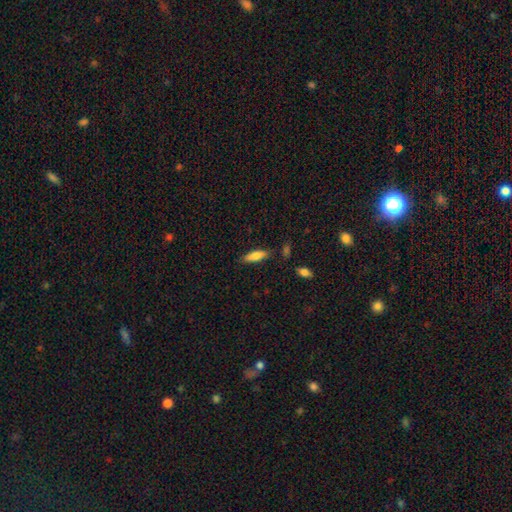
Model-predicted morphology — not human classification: Smooth or featured?
  - smooth: 76% *
  - featured or disk: 17%
  - star or artifact: 7%
How rounded?
  - cigar-shaped: 54% *
  - in between: 45%
  - round: 2%
Merging?
  - none: 80% *
  - minor disturbance: 13%
  - merger: 4%
  - major disturbance: 3%